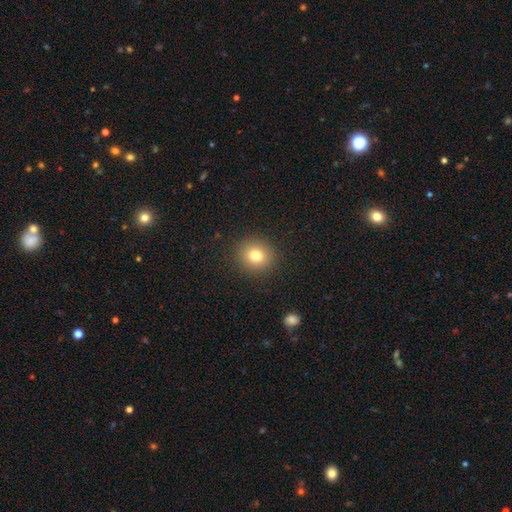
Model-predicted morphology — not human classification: Q: Smooth or featured?
A: smooth (79%); runner-up: star or artifact (12%)
Q: How rounded?
A: round (87%); runner-up: in between (13%)
Q: Merging?
A: none (90%); runner-up: minor disturbance (6%)